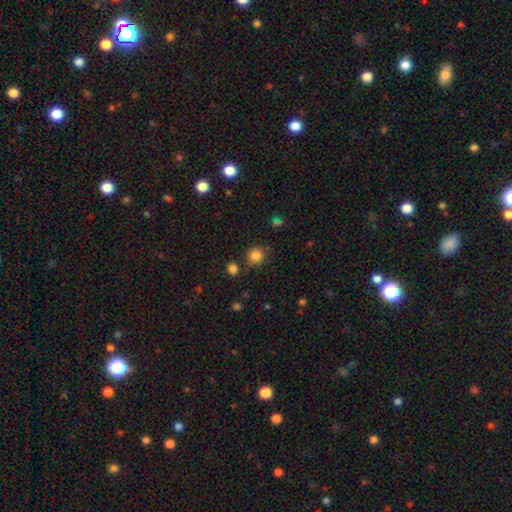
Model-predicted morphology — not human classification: type=smooth (83%); roundness=round (91%); merging=none (79%).